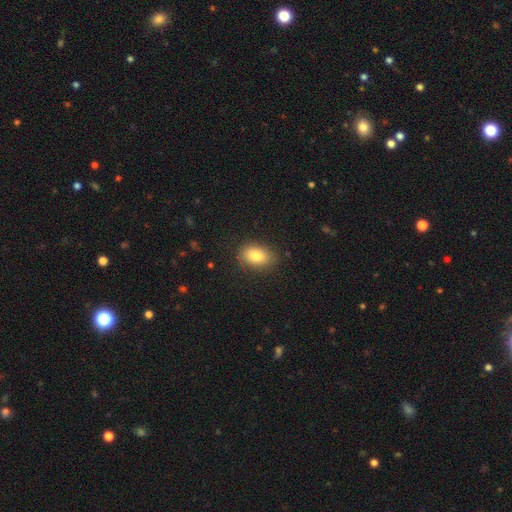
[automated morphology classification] smooth 82%, featured or disk 9%, star or artifact 9%. Down the decision tree: how rounded — in between (83%); merging — none (85%).